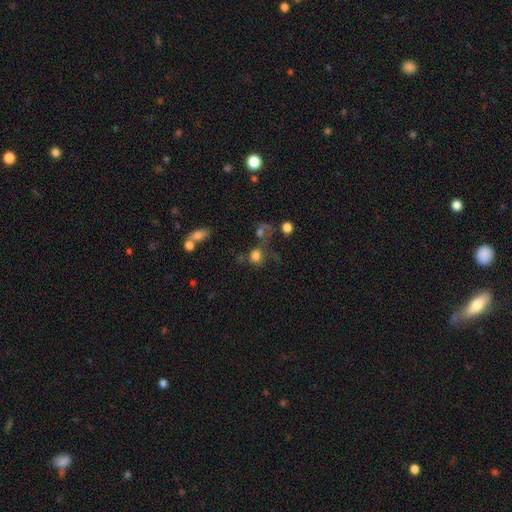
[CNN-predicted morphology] This appears to be a smooth galaxy with no disk features (75%) that is round (69%). Merging: none (42%).